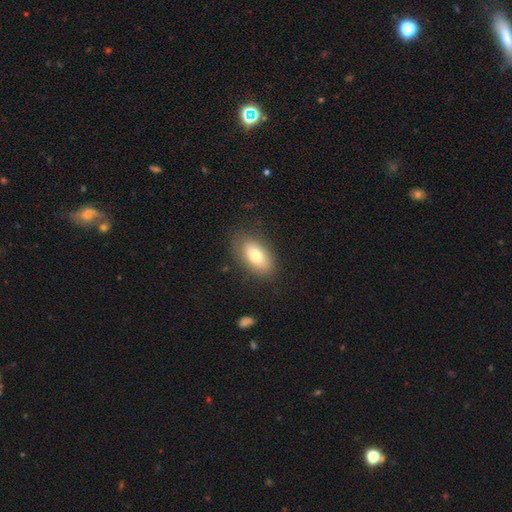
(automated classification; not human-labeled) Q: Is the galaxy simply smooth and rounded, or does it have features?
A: smooth — 75%.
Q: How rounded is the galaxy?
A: in between — 90%.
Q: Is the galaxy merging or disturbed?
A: none — 81%.